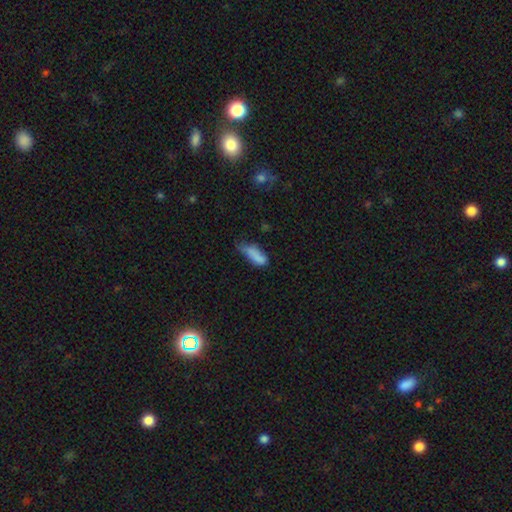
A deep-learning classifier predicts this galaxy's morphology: smooth-or-featured: smooth: 79% | featured or disk: 11% | star or artifact: 10%
  how-rounded: in between: 68% | cigar-shaped: 29% | round: 3%
  merging: minor disturbance: 42% | none: 31% | major disturbance: 22% | merger: 5%